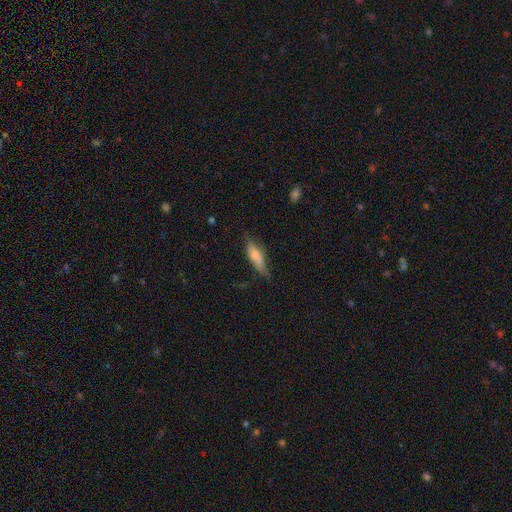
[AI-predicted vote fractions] smooth 65%, featured or disk 28%, star or artifact 7%. Down the decision tree: how rounded — cigar-shaped (59%); merging — none (63%).